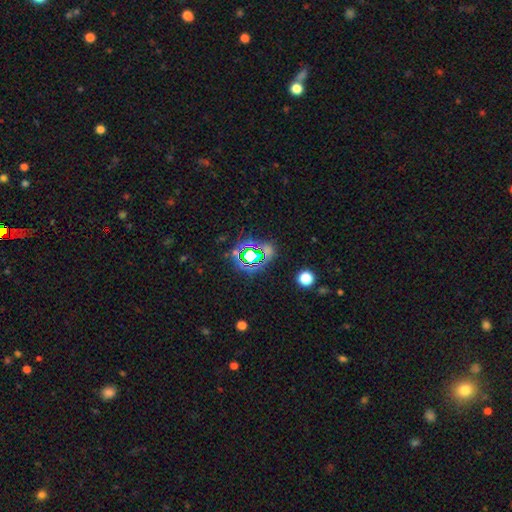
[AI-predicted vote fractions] Smooth or featured: star or artifact — 66% (smooth — 22%)